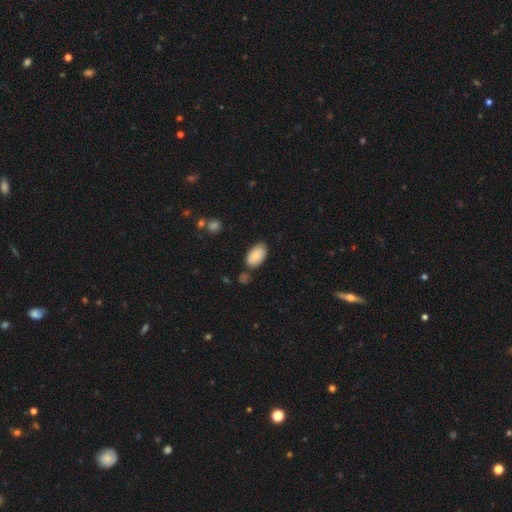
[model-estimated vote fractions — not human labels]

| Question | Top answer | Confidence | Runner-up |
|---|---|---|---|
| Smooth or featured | smooth | 86% | featured or disk (8%) |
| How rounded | in between | 95% | round (4%) |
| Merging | none | 75% | minor disturbance (15%) |